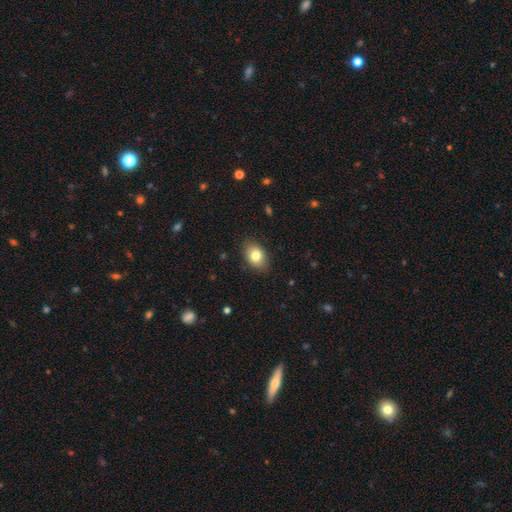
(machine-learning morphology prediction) This appears to be a smooth galaxy with no disk features (80%) that is in between round and cigar-shaped (78%). Merging: none (86%).